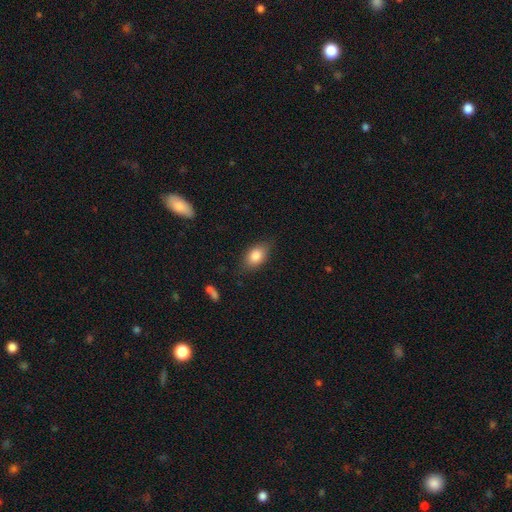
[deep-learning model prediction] A smooth galaxy with no disk features (82%) that is in between round and cigar-shaped (84%). Merging: none (77%).